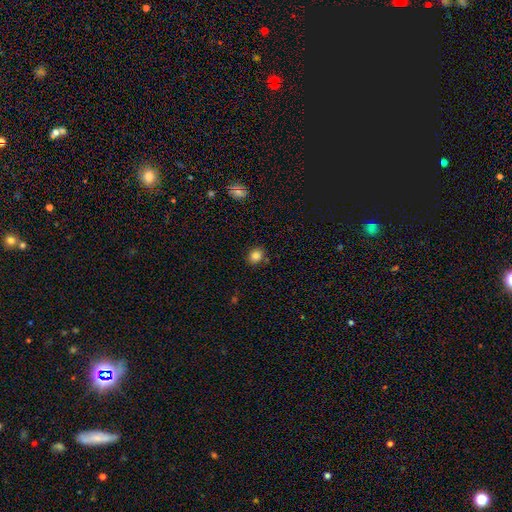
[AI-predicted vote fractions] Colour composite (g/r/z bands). It shows a smooth galaxy with no disk features (84%) that is round (73%). Merging: none (83%).